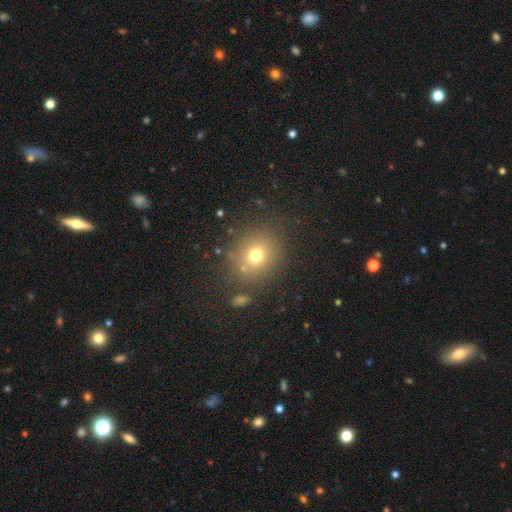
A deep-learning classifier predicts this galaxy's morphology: smooth-or-featured: smooth: 72% | star or artifact: 17% | featured or disk: 12%
  how-rounded: round: 73% | in between: 26% | cigar-shaped: 1%
  merging: none: 80% | minor disturbance: 11% | major disturbance: 5% | merger: 5%